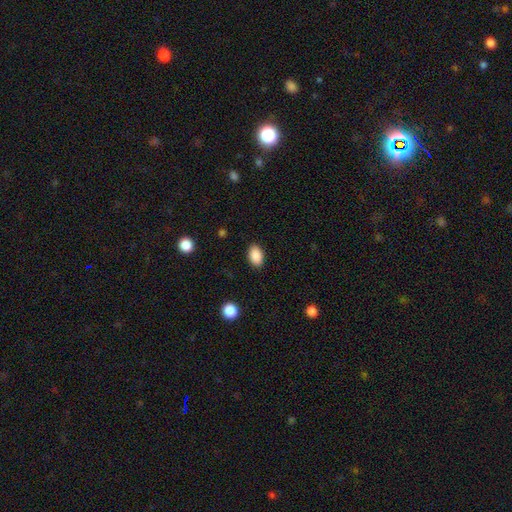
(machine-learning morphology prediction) This appears to be a smooth galaxy with no disk features (90%) that is in between round and cigar-shaped (87%). Merging: none (87%).